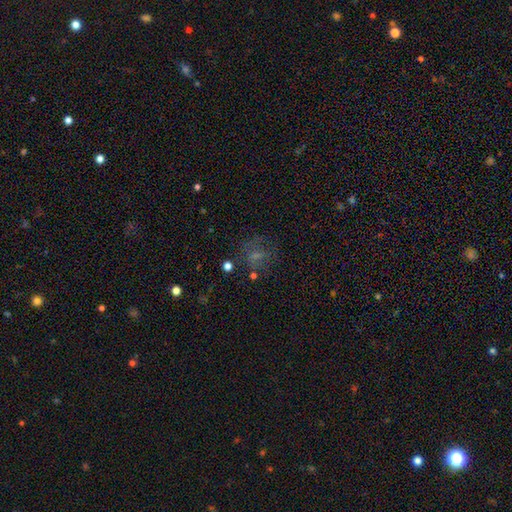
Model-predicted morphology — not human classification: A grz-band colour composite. It shows a smooth galaxy with no disk features (47%). Merging: none (57%).